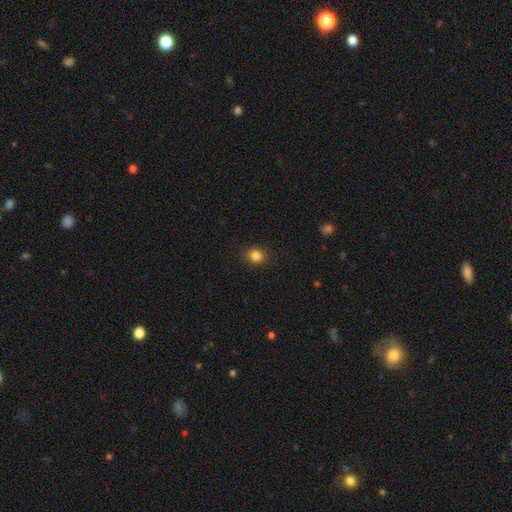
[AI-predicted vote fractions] This is clearly a smooth galaxy (85%). How rounded: clearly round (86%). Merging: clearly none (90%).